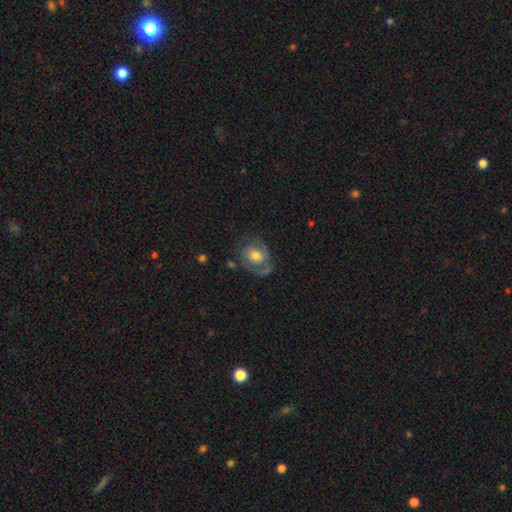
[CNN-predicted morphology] smooth_or_featured: featured or disk (p=0.53) [alt: smooth p=0.40]
disk_edge_on: no (p=0.96) [alt: yes p=0.04]
bar: no (p=0.79) [alt: weak p=0.18]
has_spiral_arms: yes (p=0.63) [alt: no p=0.37]
bulge_size: moderate (p=0.60) [alt: large p=0.21]
merging: none (p=0.54) [alt: minor disturbance p=0.24]